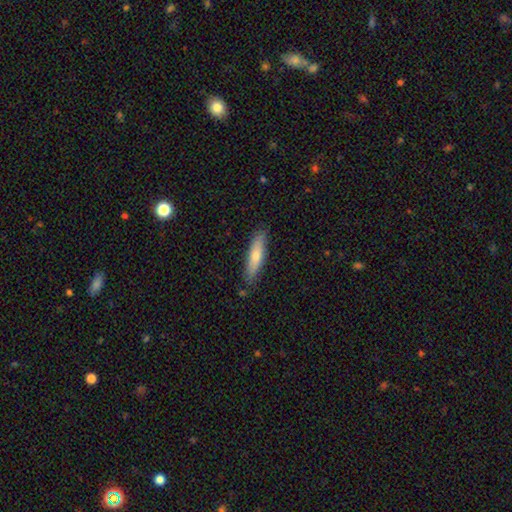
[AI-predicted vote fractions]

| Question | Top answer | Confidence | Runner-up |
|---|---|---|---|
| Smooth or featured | smooth | 70% | featured or disk (25%) |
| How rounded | cigar-shaped | 72% | in between (27%) |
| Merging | none | 84% | minor disturbance (13%) |